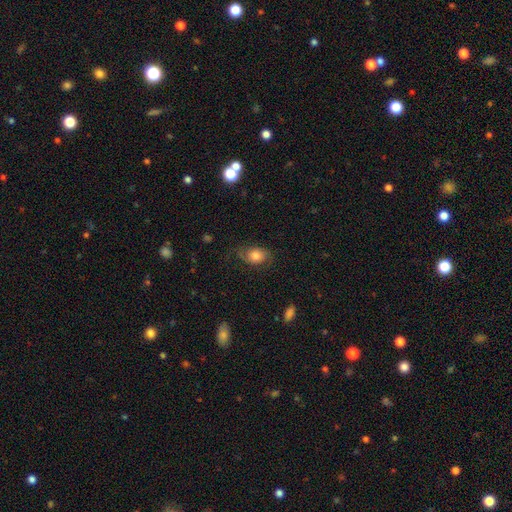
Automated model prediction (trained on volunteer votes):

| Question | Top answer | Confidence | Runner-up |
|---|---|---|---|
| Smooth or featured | smooth | 57% | featured or disk (33%) |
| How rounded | in between | 65% | round (34%) |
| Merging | none | 61% | minor disturbance (24%) |